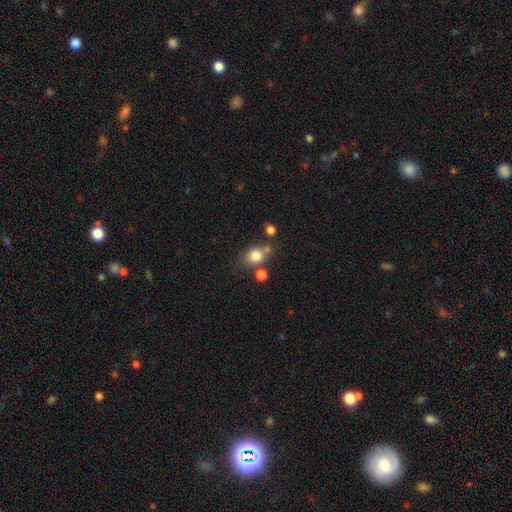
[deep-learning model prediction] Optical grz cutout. It shows a smooth galaxy with no disk features (80%) that is round (56%). Merging: none (59%).